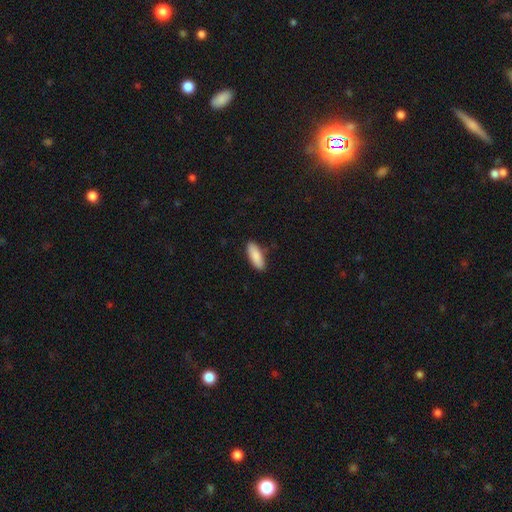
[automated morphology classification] Smooth or featured? Predicted: smooth (p=0.88). How rounded? Predicted: in between (p=0.70). Merging? Predicted: none (p=0.86).